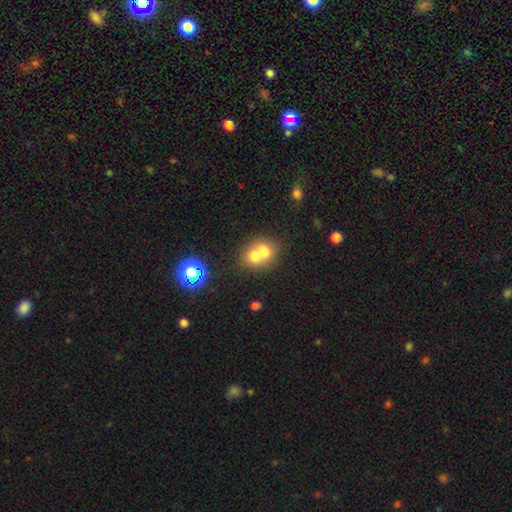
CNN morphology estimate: type=smooth (67%); roundness=round (68%); merging=merger (68%).